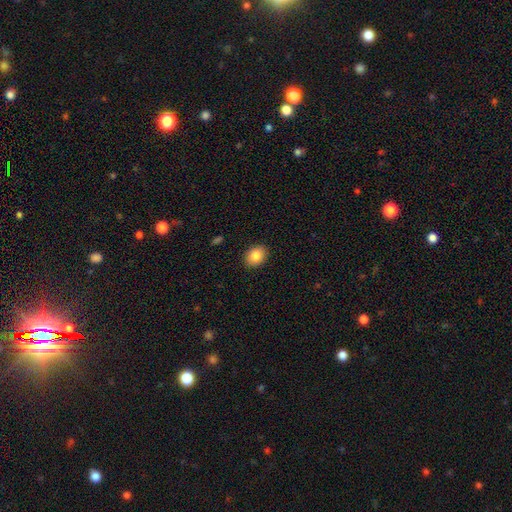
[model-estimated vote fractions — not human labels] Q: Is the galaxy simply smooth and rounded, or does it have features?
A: smooth — 84%.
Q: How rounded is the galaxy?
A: in between — 59%.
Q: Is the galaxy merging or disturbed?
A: none — 90%.